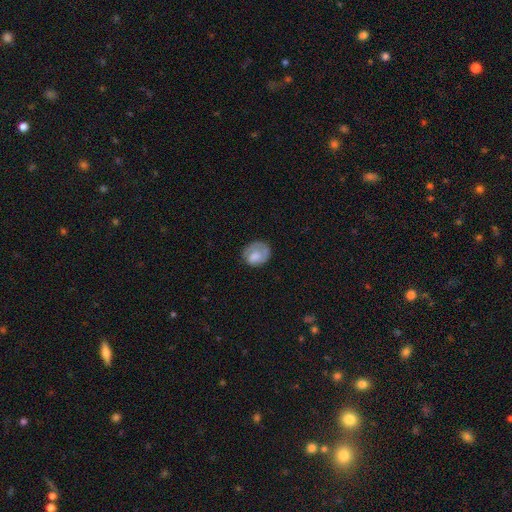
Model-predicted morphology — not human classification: smooth-or-featured: smooth: 66% | featured or disk: 27% | star or artifact: 7%
  how-rounded: round: 54% | in between: 45% | cigar-shaped: 1%
  merging: none: 55% | minor disturbance: 27% | major disturbance: 16% | merger: 2%